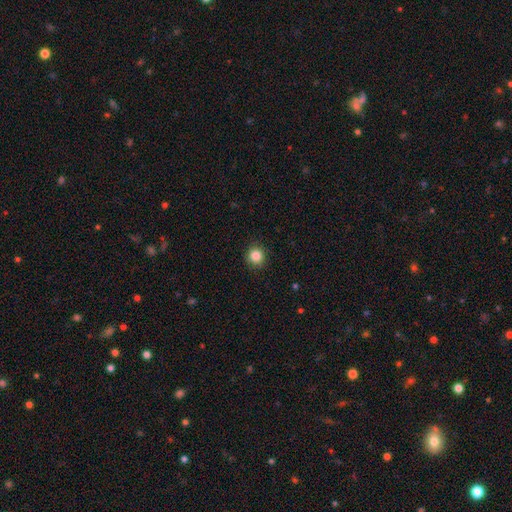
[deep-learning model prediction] This appears to be a smooth galaxy with no disk features (85%) that is round (91%). Merging: none (90%).